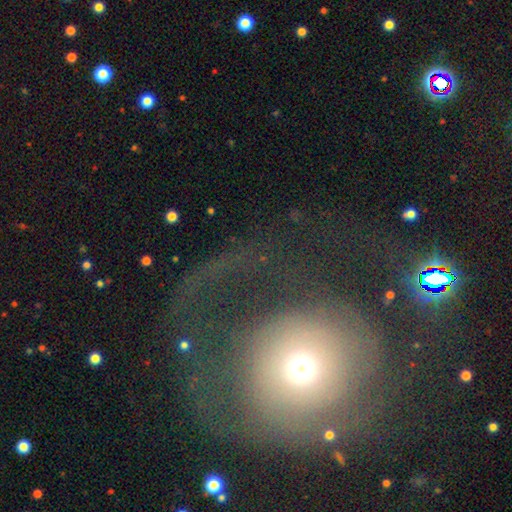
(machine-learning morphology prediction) Smooth or featured: smooth — 46% (featured or disk — 37%)
Merging: major disturbance — 49% (none — 35%)